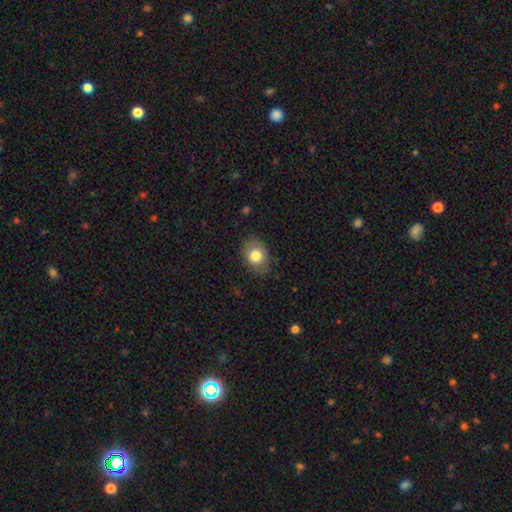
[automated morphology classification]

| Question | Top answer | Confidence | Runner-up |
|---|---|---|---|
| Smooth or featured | smooth | 75% | featured or disk (17%) |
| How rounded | in between | 65% | round (34%) |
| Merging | none | 79% | minor disturbance (16%) |